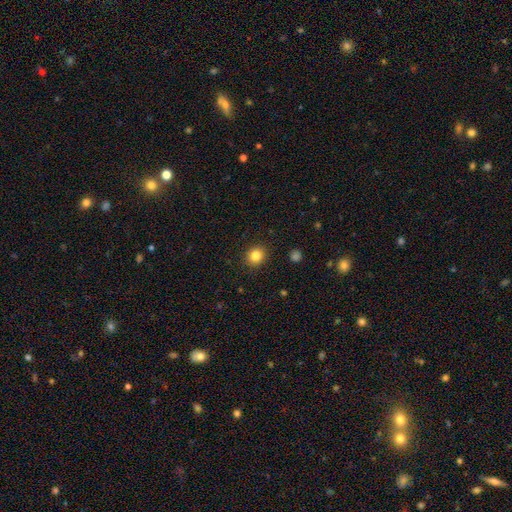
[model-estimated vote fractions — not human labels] smooth_or_featured: smooth (p=0.84) [alt: star or artifact p=0.11]
how_rounded: round (p=0.84) [alt: in between p=0.15]
merging: none (p=0.91) [alt: minor disturbance p=0.06]